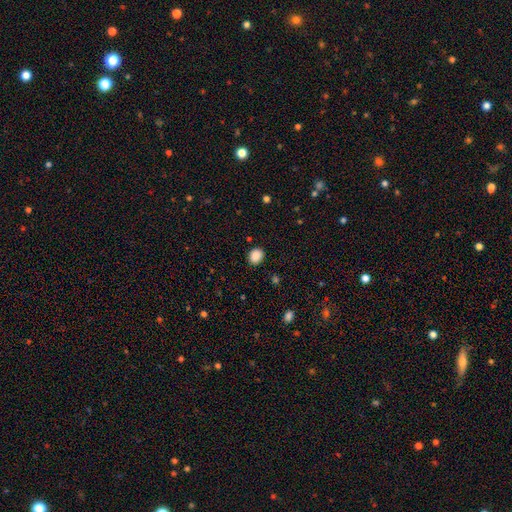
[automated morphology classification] Smooth or featured: smooth — 88% (star or artifact — 9%)
How rounded: round — 66% (in between — 33%)
Merging: none — 89% (minor disturbance — 8%)